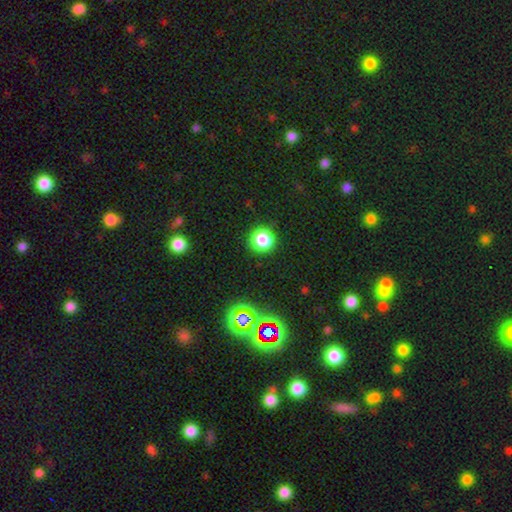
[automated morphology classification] A star or artifact, not a galaxy (54%).